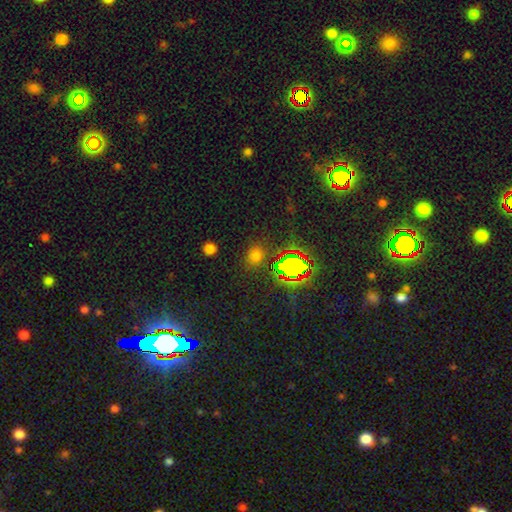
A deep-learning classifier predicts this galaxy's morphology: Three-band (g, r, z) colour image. It shows a smooth galaxy with no disk features (61%) that is round (71%). Merging: none (84%).